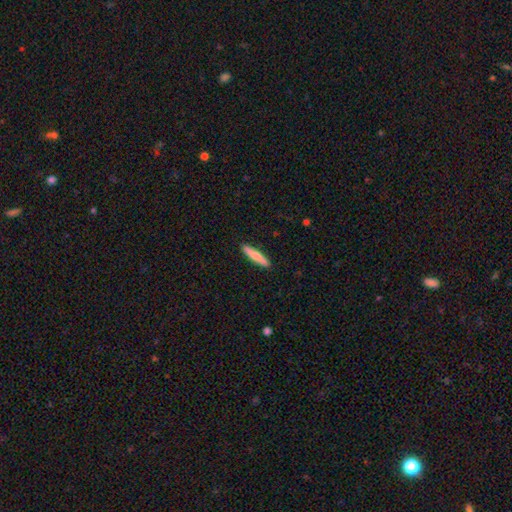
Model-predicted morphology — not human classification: Smooth or featured? smooth (76%)
How rounded? cigar-shaped (88%)
Merging? none (90%)